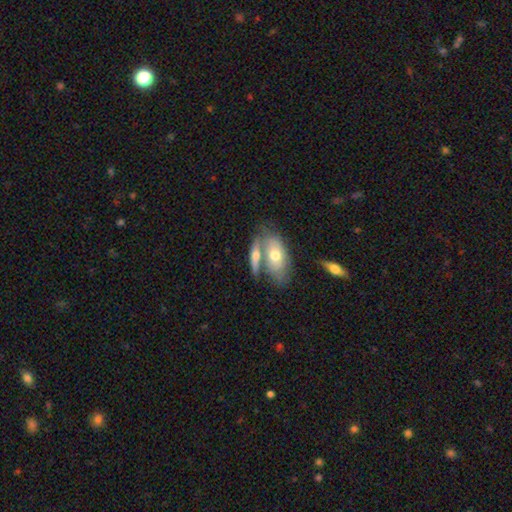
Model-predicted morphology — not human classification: smooth_or_featured: smooth (p=0.50) [alt: featured or disk p=0.43]
how_rounded: in between (p=0.61) [alt: cigar-shaped p=0.32]
merging: merger (p=0.45) [alt: none p=0.38]